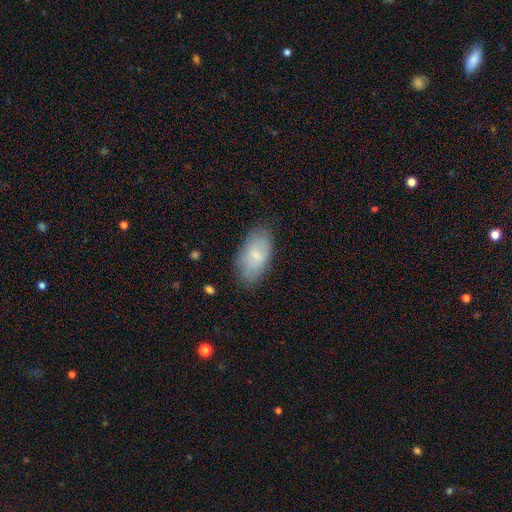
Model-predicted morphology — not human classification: smooth-or-featured: smooth: 72% | featured or disk: 21% | star or artifact: 7%
  how-rounded: in between: 94% | round: 3% | cigar-shaped: 3%
  merging: none: 79% | minor disturbance: 16% | major disturbance: 4% | merger: 1%